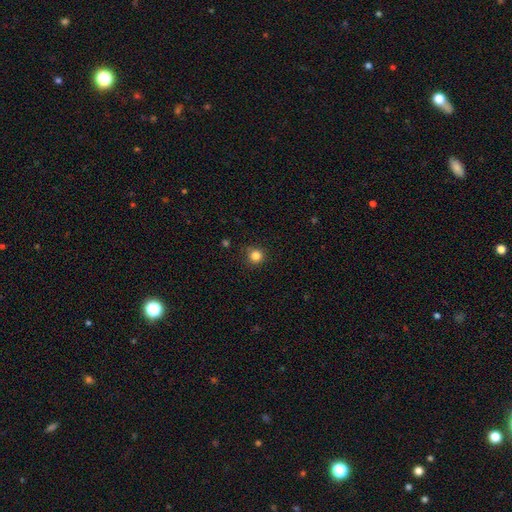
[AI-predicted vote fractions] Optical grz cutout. It shows a smooth galaxy with no disk features (83%) that is round (94%). Merging: none (88%).